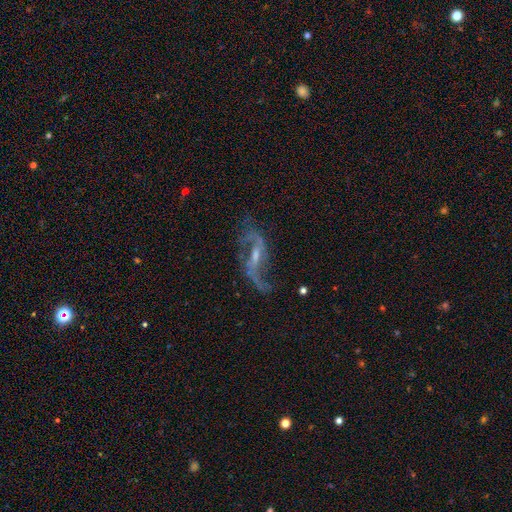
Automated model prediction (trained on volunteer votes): Smooth or featured? featured or disk (87%)
Edge-on disk? no (94%)
Bar? weak (49%)
Spiral arms? yes (92%)
Spiral winding? loose (80%)
Spiral arm count? 2 (88%)
Bulge size? small (54%)
Merging? none (55%)